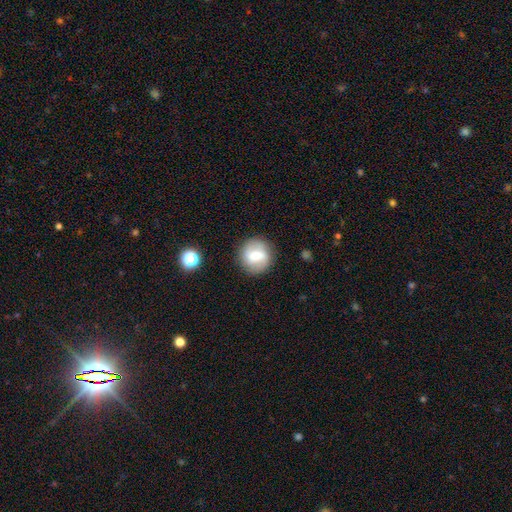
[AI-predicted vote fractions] The model was most divided on "smooth or featured": smooth: 55%, featured or disk: 36%, star or artifact: 9%. More confident: how rounded — round (90%); merging — none (85%).